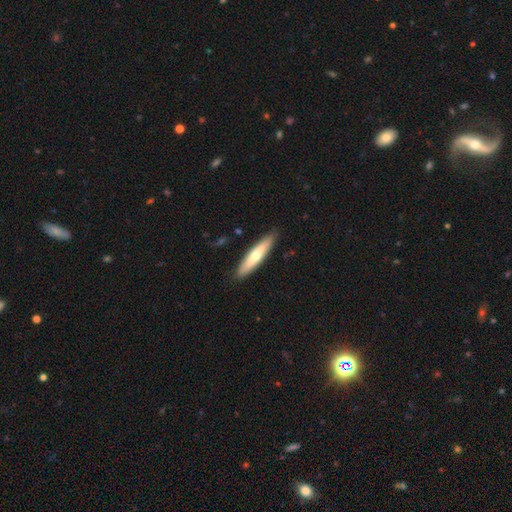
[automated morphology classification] smooth_or_featured: smooth (p=0.57) [alt: featured or disk p=0.37]
how_rounded: cigar-shaped (p=0.83) [alt: in between p=0.16]
merging: none (p=0.88) [alt: minor disturbance p=0.09]